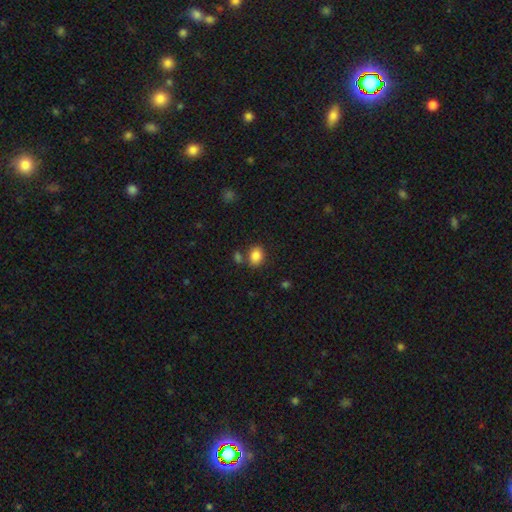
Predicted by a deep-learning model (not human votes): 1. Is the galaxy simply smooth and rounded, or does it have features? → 86% smooth, 9% star or artifact, 5% featured or disk.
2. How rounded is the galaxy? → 62% in between, 37% round, 1% cigar-shaped.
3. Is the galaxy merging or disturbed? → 72% none, 12% merger, 12% minor disturbance, 4% major disturbance.